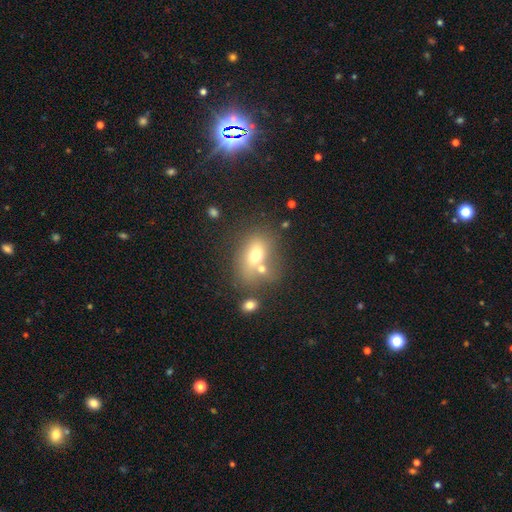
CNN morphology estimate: Smooth or featured? smooth (66%)
How rounded? in between (71%)
Merging? none (48%)